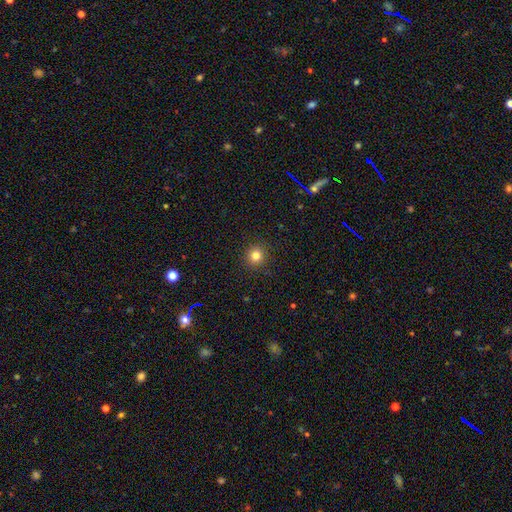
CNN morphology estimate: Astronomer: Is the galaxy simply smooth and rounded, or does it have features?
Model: smooth — 81%.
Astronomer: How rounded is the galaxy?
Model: round — 94%.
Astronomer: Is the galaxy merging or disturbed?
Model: none — 92%.